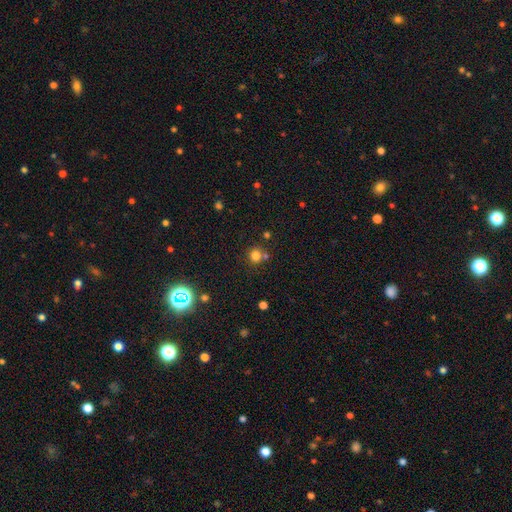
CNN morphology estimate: type=smooth (77%); roundness=round (91%); merging=none (69%).